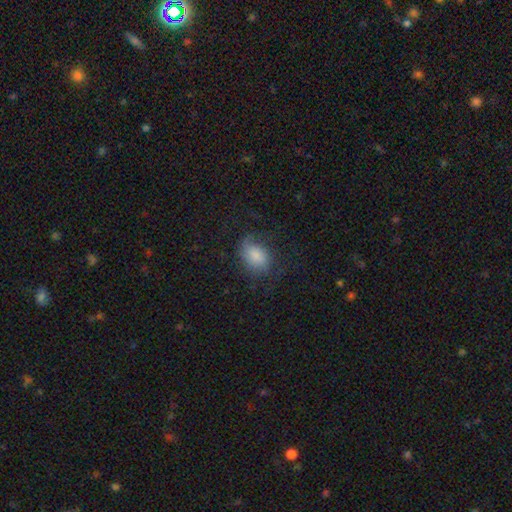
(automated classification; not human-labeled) The model was most divided on "merging": none: 55%, minor disturbance: 23%, major disturbance: 21%, merger: 2%. More confident: how rounded — in between (79%); smooth or featured — smooth (67%).